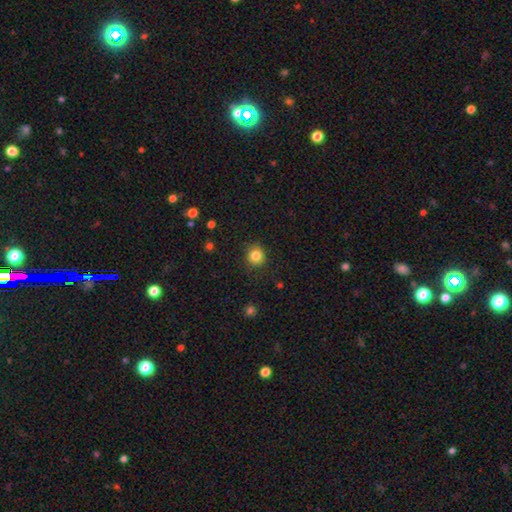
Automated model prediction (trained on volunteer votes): Q: Smooth or featured?
A: smooth (83%); runner-up: star or artifact (11%)
Q: How rounded?
A: round (91%); runner-up: in between (8%)
Q: Merging?
A: none (89%); runner-up: minor disturbance (7%)